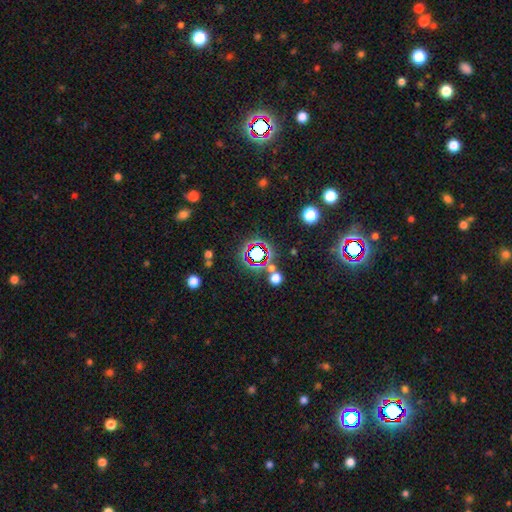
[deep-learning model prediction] Smooth or featured?
  - star or artifact: 70% *
  - smooth: 19%
  - featured or disk: 12%